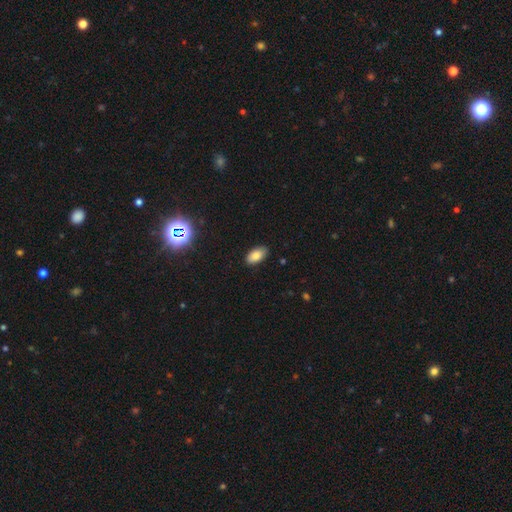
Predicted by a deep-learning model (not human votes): Morphology: type=smooth (83%); roundness=in between (94%); merging=none (86%).